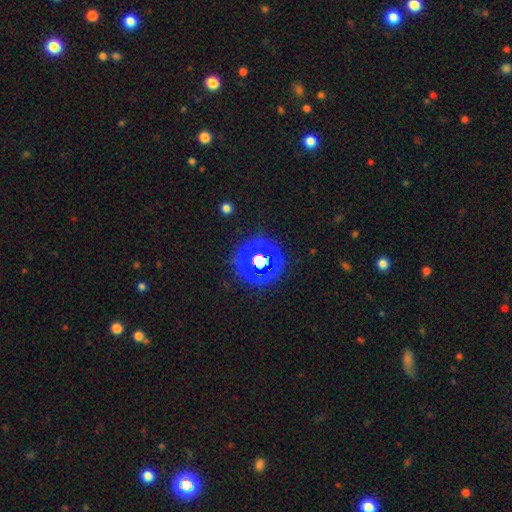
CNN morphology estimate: smooth_or_featured: star or artifact (p=0.70) [alt: smooth p=0.19]